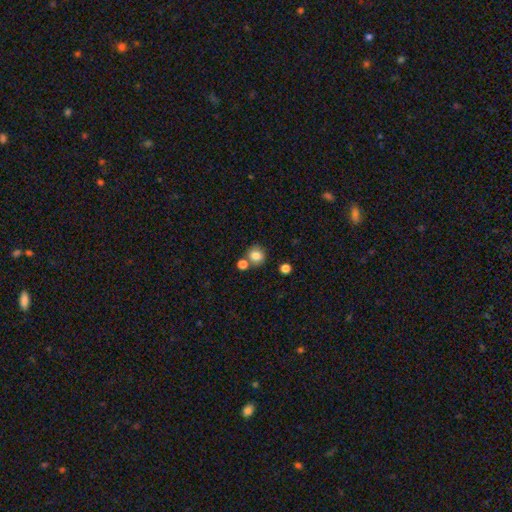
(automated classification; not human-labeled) This is clearly a smooth galaxy (82%). How rounded: likely round (79%). Merging: likely none (66%).